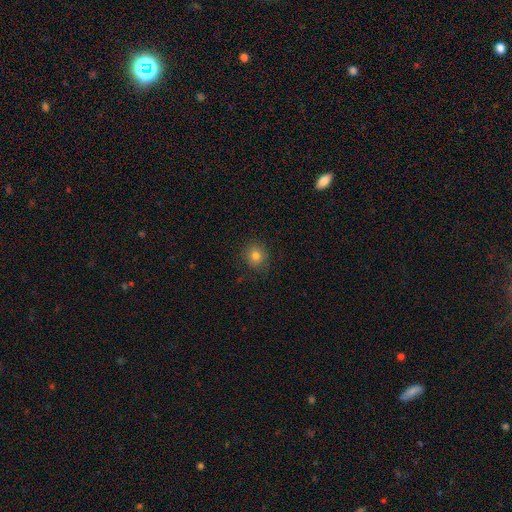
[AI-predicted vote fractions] The model was most divided on "smooth or featured": smooth: 79%, star or artifact: 12%, featured or disk: 8%. More confident: how rounded — round (88%); merging — none (85%).